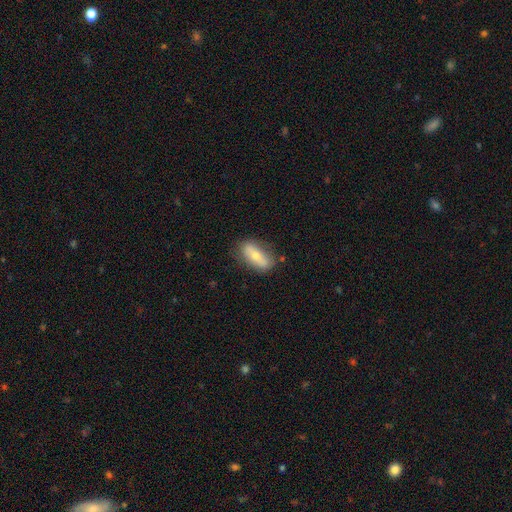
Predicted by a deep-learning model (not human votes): smooth_or_featured: smooth (p=0.56) [alt: featured or disk p=0.37]
how_rounded: in between (p=0.70) [alt: cigar-shaped p=0.26]
merging: none (p=0.77) [alt: minor disturbance p=0.16]